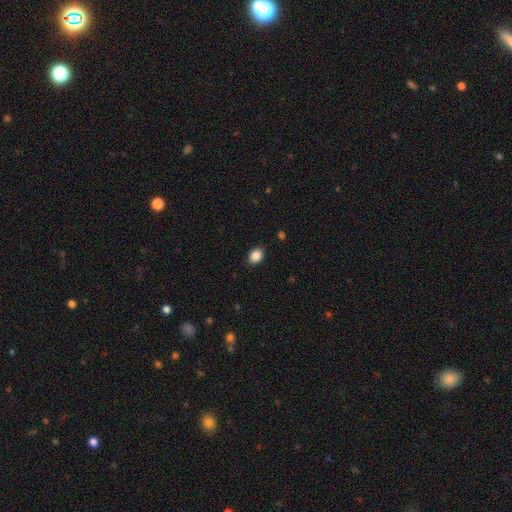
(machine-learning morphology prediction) type=smooth (87%); roundness=in between (67%); merging=none (89%).